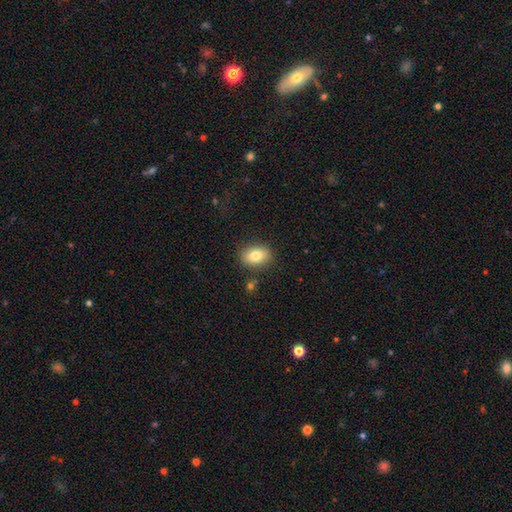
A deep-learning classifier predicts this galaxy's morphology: The model was most divided on "how rounded": in between: 75%, round: 24%, cigar-shaped: 2%. More confident: merging — none (85%); smooth or featured — smooth (80%).